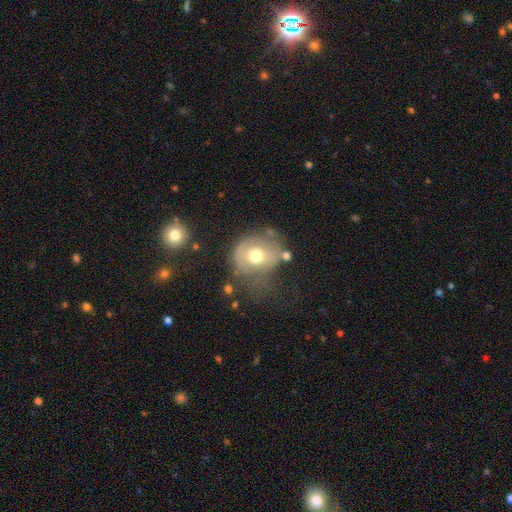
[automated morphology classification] A smooth galaxy with no disk features (50%) that is round (62%).

Vote fractions:
- Smooth or featured? smooth: 50% / featured or disk: 41% / star or artifact: 9%
- How rounded? round: 62% / in between: 37% / cigar-shaped: 1%
- Merging? none: 36% / major disturbance: 31% / minor disturbance: 26% / merger: 7%